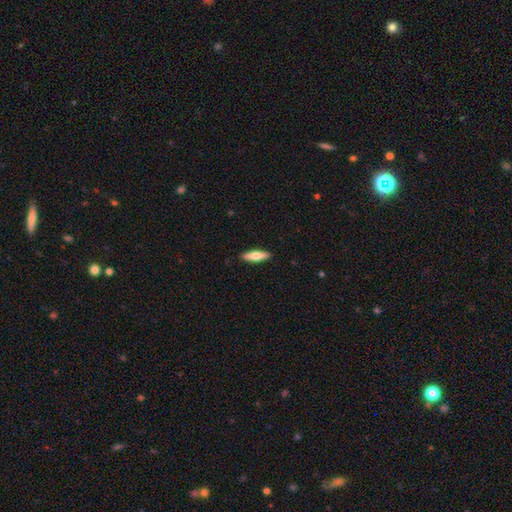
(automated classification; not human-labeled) A smooth galaxy with no disk features (62%) that is cigar-shaped (55%). Merging: none (91%).